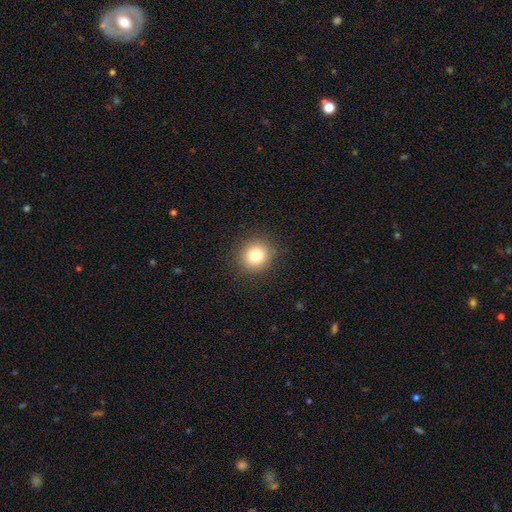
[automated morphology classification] Smooth or featured: smooth — 80% (star or artifact — 12%)
How rounded: round — 89% (in between — 10%)
Merging: none — 90% (minor disturbance — 7%)